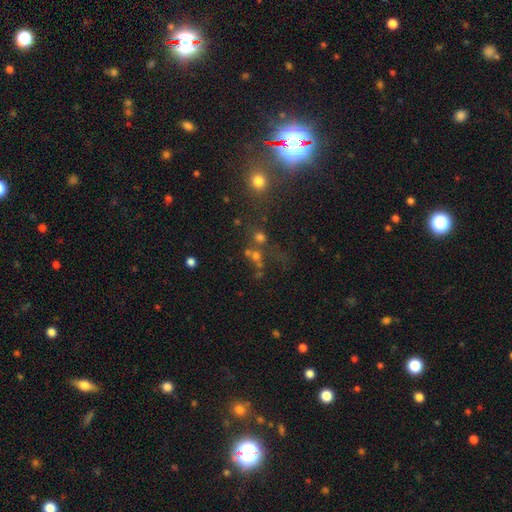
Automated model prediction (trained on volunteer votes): A star or artifact, not a galaxy (46%).

Vote fractions:
- Smooth or featured? star or artifact: 46% / smooth: 38% / featured or disk: 16%